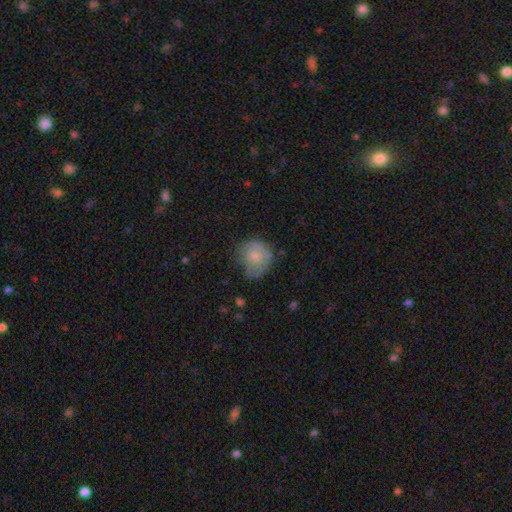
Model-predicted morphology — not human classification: A smooth galaxy with no disk features (49%).

Vote fractions:
- Smooth or featured? smooth: 49% / featured or disk: 44% / star or artifact: 7%
- Merging? none: 52% / minor disturbance: 30% / major disturbance: 16% / merger: 2%